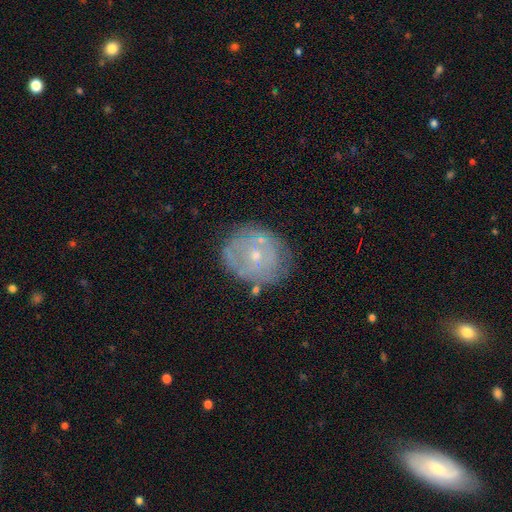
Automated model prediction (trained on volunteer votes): This appears to be a featured or disk galaxy (64%) with no bar (79%), spiral arms (52%) and a small central bulge (69%). Merging: none (70%).